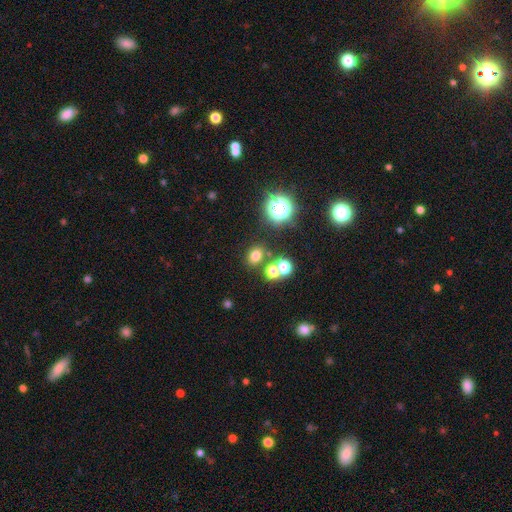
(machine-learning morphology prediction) The model was most divided on "how rounded": round: 55%, in between: 44%, cigar-shaped: 1%. More confident: merging — none (77%); smooth or featured — smooth (70%).